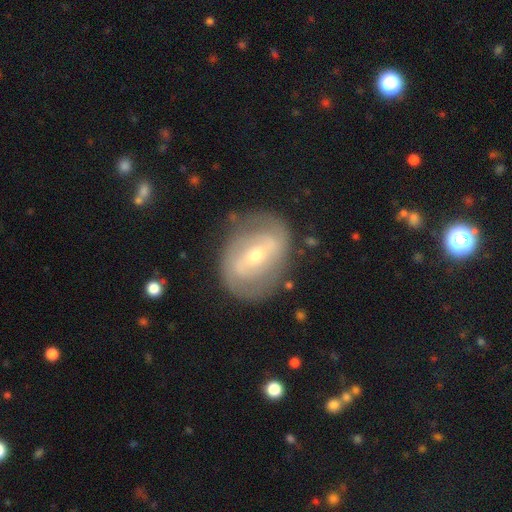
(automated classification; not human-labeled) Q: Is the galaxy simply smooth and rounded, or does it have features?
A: featured or disk — 75%.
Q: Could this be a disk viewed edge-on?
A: no — 96%.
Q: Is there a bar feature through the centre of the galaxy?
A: strong — 40%.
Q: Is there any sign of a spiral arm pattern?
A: yes — 72%.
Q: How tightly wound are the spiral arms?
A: tight — 45%.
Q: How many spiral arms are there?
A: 2 — 70%.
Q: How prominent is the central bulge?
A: moderate — 50%.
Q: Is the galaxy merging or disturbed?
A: none — 76%.